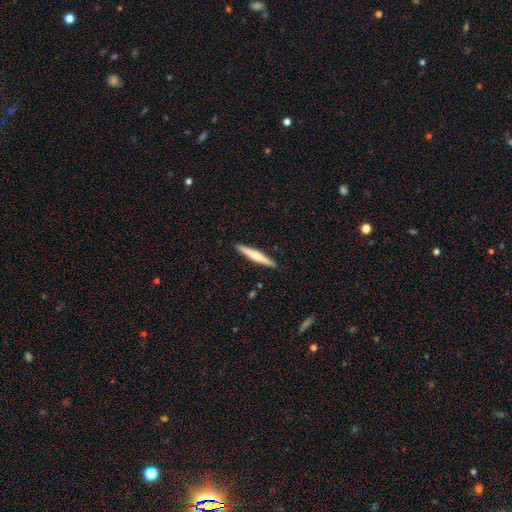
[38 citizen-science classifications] smooth_or_featured: smooth (p=0.66) [alt: featured or disk p=0.34]
how_rounded: cigar-shaped (p=1.00)
merging: none (p=0.84) [alt: minor disturbance p=0.13]